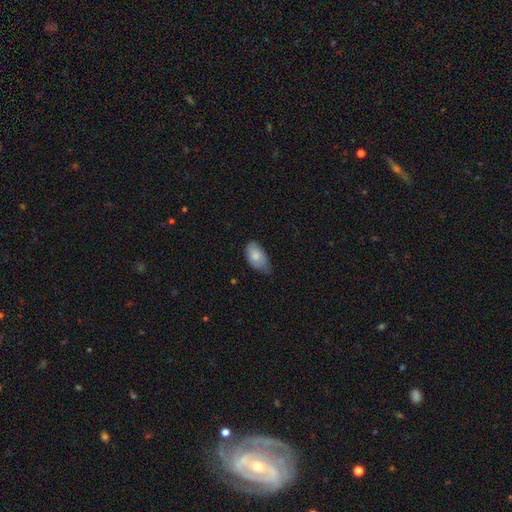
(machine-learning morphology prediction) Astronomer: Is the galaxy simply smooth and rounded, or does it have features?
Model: smooth — 80%.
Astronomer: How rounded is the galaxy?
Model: in between — 93%.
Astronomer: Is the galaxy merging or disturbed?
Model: none — 46% (runner-up: minor disturbance, 45%).